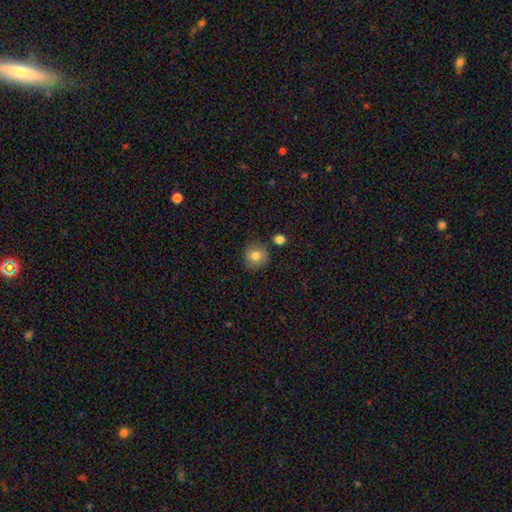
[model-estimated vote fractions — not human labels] The model was most divided on "smooth or featured": smooth: 82%, star or artifact: 9%, featured or disk: 9%. More confident: how rounded — round (92%); merging — none (84%).